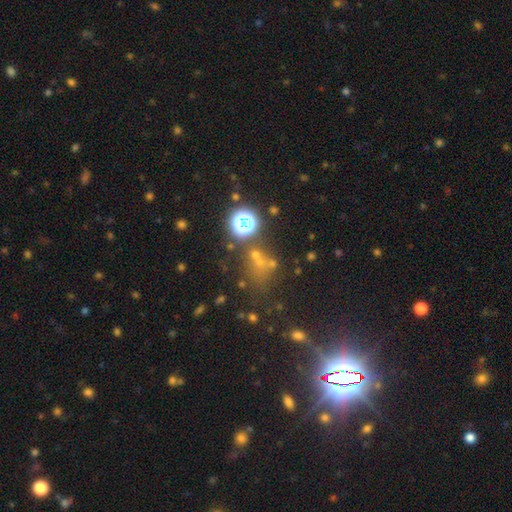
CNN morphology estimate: Smooth or featured?
  - star or artifact: 46% *
  - smooth: 41%
  - featured or disk: 13%